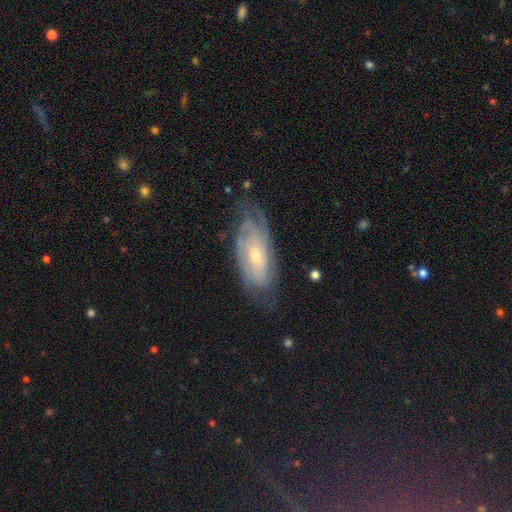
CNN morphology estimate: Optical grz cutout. It shows a featured or disk galaxy (74%) with no bar (71%), tight (65%) spiral arms (90%) and a small central bulge (62%). Merging: none (68%).